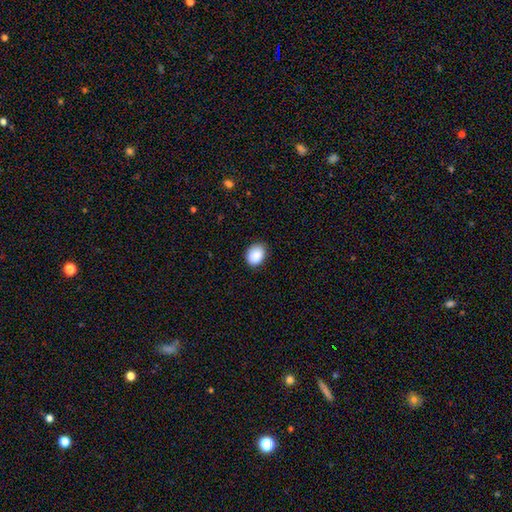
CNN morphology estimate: Q: Smooth or featured?
A: smooth (89%); runner-up: star or artifact (8%)
Q: How rounded?
A: in between (61%); runner-up: round (38%)
Q: Merging?
A: none (79%); runner-up: minor disturbance (17%)